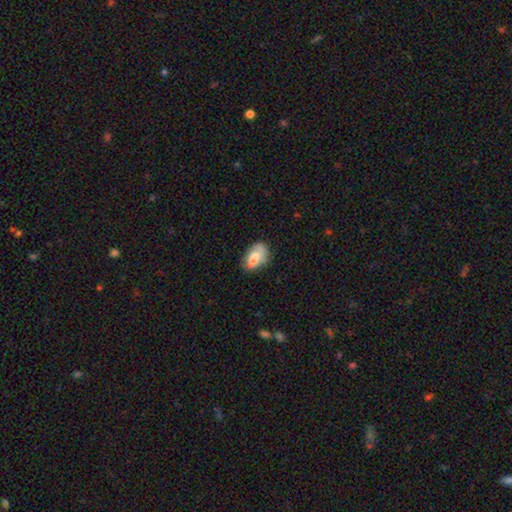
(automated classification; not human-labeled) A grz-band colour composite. It shows a smooth galaxy with no disk features (65%) that is in between round and cigar-shaped (87%). Merging: none (44%).